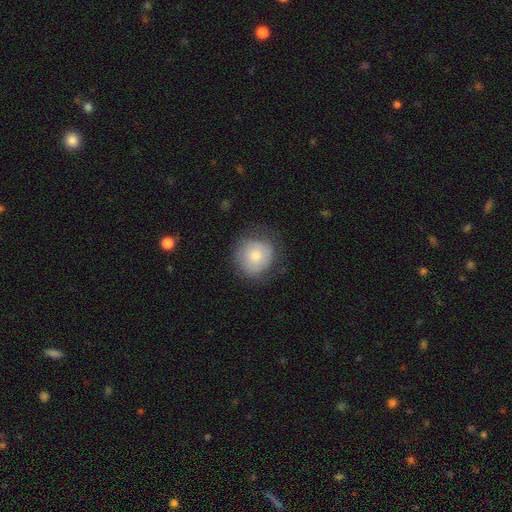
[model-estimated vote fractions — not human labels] The model was most divided on "merging": none: 67%, minor disturbance: 22%, major disturbance: 10%, merger: 1%. More confident: how rounded — round (88%); smooth or featured — smooth (71%).